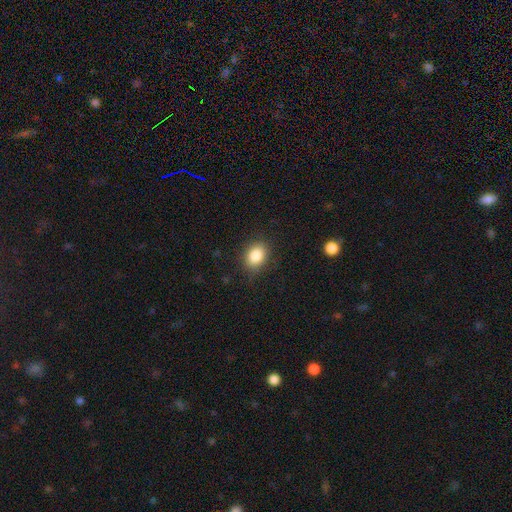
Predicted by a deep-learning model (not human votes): A smooth galaxy with no disk features (85%) that is in between round and cigar-shaped (60%).

Vote fractions:
- Smooth or featured? smooth: 85% / star or artifact: 9% / featured or disk: 6%
- How rounded? in between: 60% / round: 38% / cigar-shaped: 1%
- Merging? none: 83% / minor disturbance: 13% / major disturbance: 4% / merger: 1%